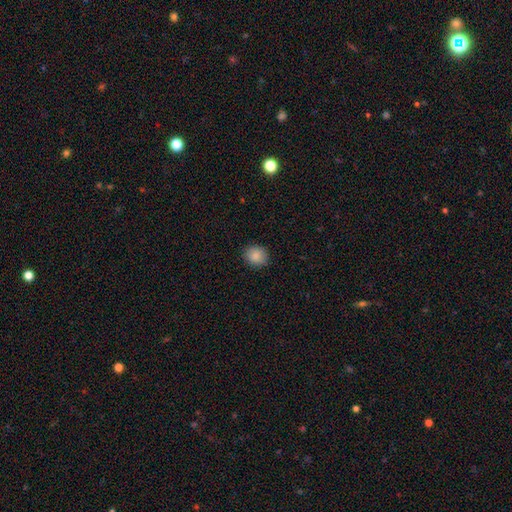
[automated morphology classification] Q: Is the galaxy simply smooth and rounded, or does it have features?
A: smooth — 87%.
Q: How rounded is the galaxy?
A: round — 72%.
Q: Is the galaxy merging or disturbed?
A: none — 90%.